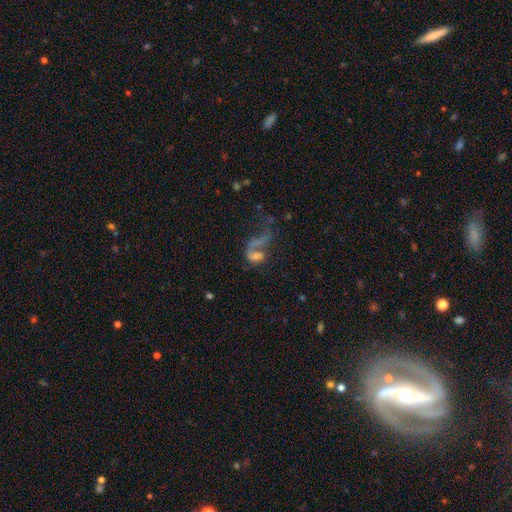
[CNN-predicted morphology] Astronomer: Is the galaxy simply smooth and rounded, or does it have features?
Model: featured or disk — 49% (runner-up: smooth, 34%).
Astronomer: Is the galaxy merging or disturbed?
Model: major disturbance — 42% (runner-up: merger, 30%).